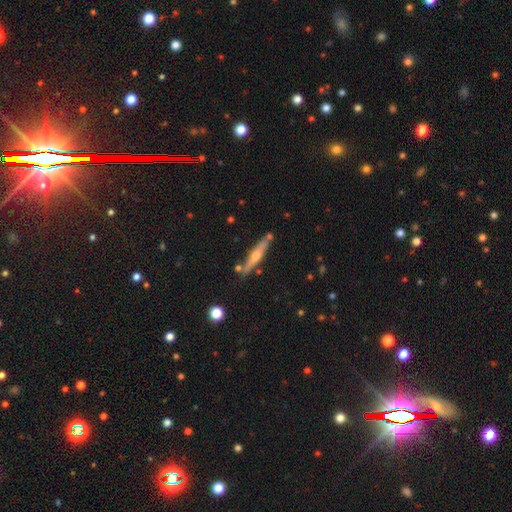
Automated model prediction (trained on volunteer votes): Smooth or featured? Predicted: featured or disk (p=0.59). Edge-on disk? Predicted: yes (p=0.94). Edge-on bulge? Predicted: rounded (p=0.84). Merging? Predicted: none (p=0.78).